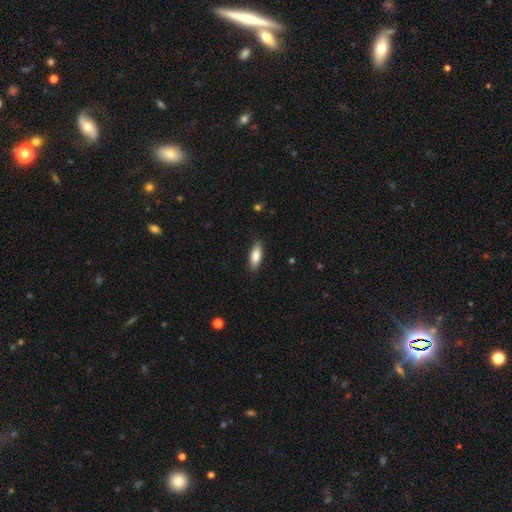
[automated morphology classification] Q: Smooth or featured?
A: smooth (83%); runner-up: featured or disk (11%)
Q: How rounded?
A: in between (70%); runner-up: cigar-shaped (28%)
Q: Merging?
A: none (86%); runner-up: minor disturbance (11%)